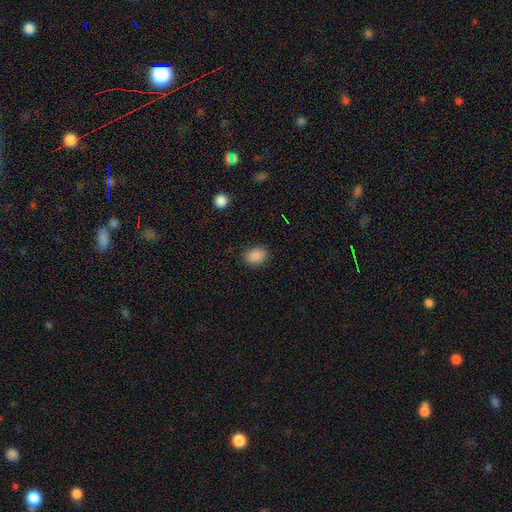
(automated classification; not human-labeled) smooth-or-featured: smooth: 88% | star or artifact: 9% | featured or disk: 3%
  how-rounded: in between: 63% | round: 36% | cigar-shaped: 1%
  merging: none: 85% | minor disturbance: 11% | major disturbance: 3% | merger: 1%